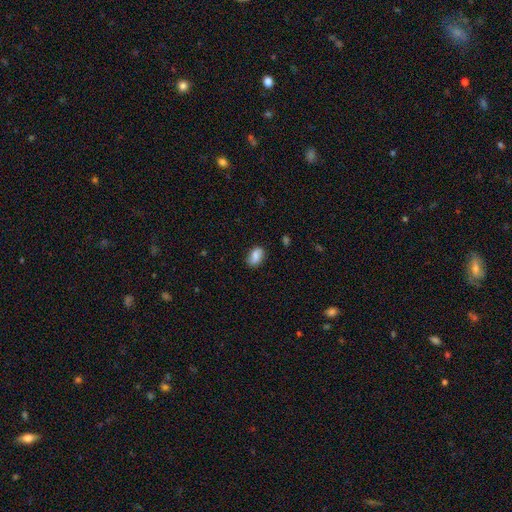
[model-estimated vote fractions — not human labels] Smooth or featured: smooth — 77% (featured or disk — 15%)
How rounded: in between — 87% (round — 10%)
Merging: none — 80% (minor disturbance — 15%)